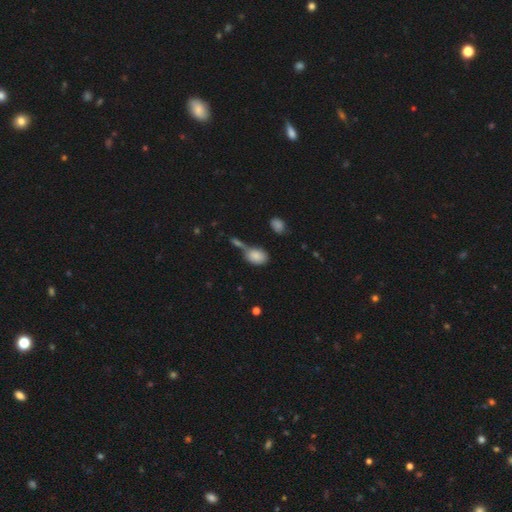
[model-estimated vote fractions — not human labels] A smooth galaxy with no disk features (84%) that is in between round and cigar-shaped (78%). Merging: none (42%).